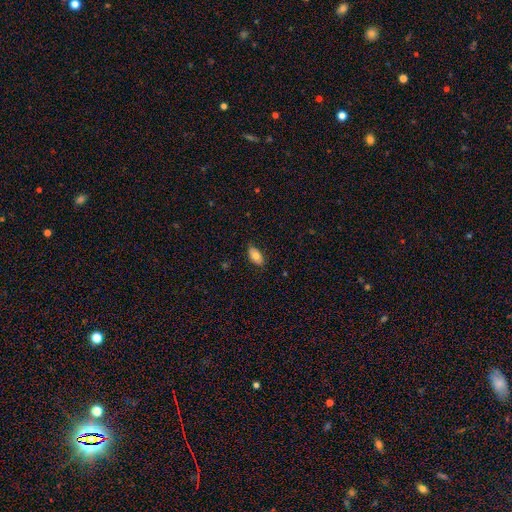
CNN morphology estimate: Q: Smooth or featured?
A: smooth (73%); runner-up: featured or disk (20%)
Q: How rounded?
A: in between (93%); runner-up: round (5%)
Q: Merging?
A: none (83%); runner-up: minor disturbance (13%)